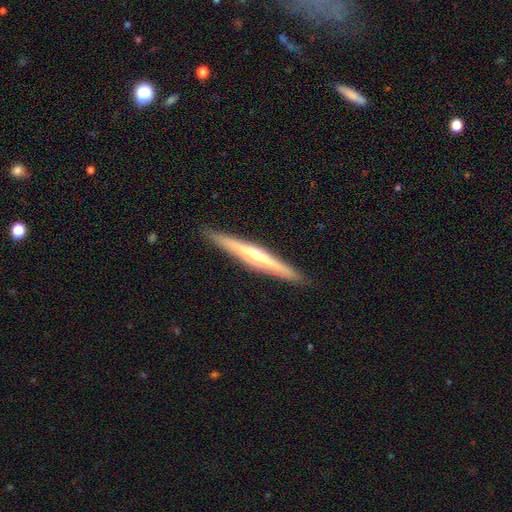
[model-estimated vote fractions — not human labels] Smooth or featured? featured or disk (67%)
Edge-on disk? yes (97%)
Edge-on bulge? rounded (74%)
Merging? none (91%)